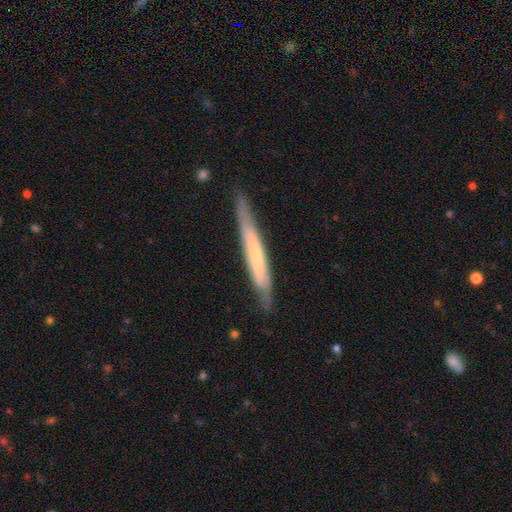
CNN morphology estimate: Smooth or featured? Predicted: smooth (p=0.48). Merging? Predicted: none (p=0.81).